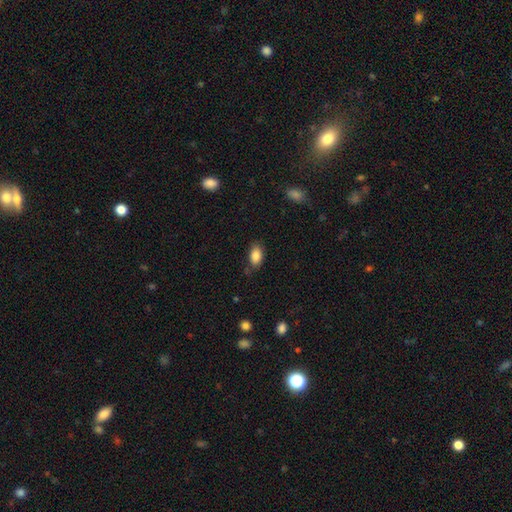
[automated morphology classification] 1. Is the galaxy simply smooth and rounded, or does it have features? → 86% smooth, 8% star or artifact, 6% featured or disk.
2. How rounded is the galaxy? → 91% in between, 6% round, 2% cigar-shaped.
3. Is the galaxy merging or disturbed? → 76% none, 18% minor disturbance, 4% major disturbance, 2% merger.